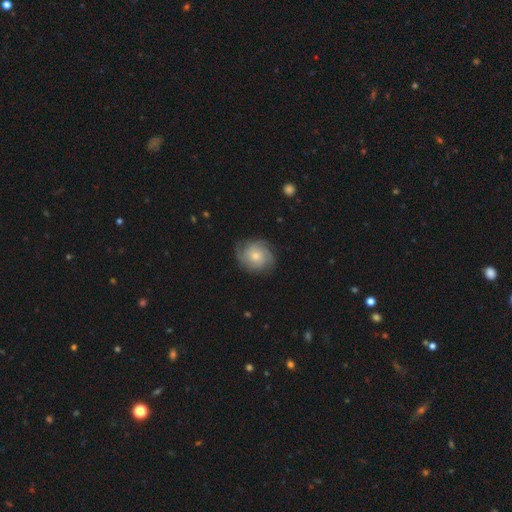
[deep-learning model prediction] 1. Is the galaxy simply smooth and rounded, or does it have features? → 66% featured or disk, 27% smooth, 8% star or artifact.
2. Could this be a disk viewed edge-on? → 98% no, 2% yes.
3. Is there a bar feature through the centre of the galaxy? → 80% no, 17% weak, 2% strong.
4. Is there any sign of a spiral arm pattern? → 92% yes, 8% no.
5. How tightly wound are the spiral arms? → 56% tight, 33% medium, 11% loose.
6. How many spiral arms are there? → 32% can't tell, 23% 3, 19% 4, 13% 2, 7% more than 4, 6% 1.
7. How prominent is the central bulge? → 51% small, 43% moderate, 3% large, 2% none, 1% dominant.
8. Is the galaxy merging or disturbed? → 76% none, 17% minor disturbance, 6% major disturbance, 1% merger.